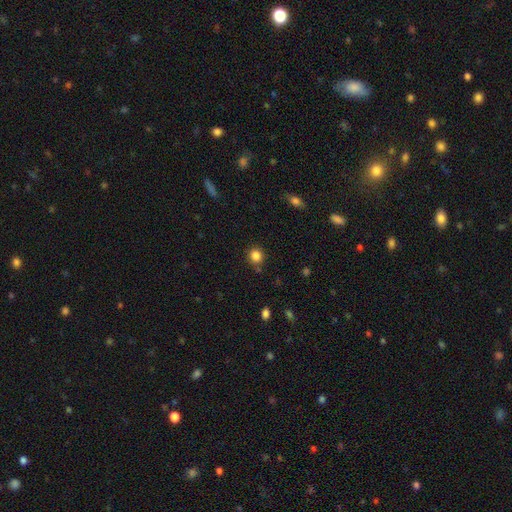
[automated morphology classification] This appears to be a smooth galaxy with no disk features (84%) that is round (85%). Merging: none (83%).